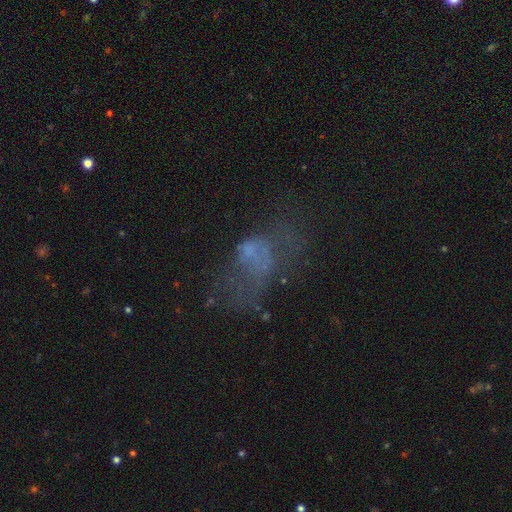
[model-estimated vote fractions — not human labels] Smooth or featured? Predicted: featured or disk (p=0.40). Merging? Predicted: major disturbance (p=0.42).